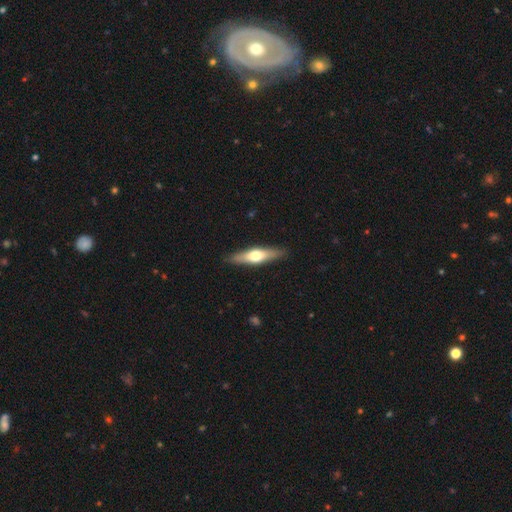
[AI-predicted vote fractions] A featured or disk galaxy (54%) viewed edge-on (92%). Merging: none (89%).